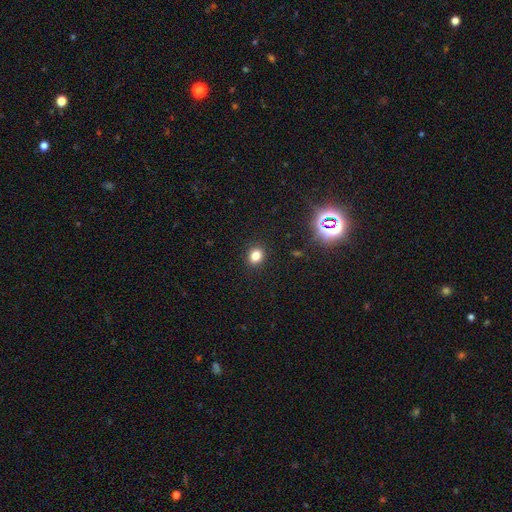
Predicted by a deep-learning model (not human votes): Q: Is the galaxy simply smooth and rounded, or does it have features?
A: smooth — 80%.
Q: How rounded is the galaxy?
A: in between — 52%.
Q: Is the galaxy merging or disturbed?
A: none — 89%.